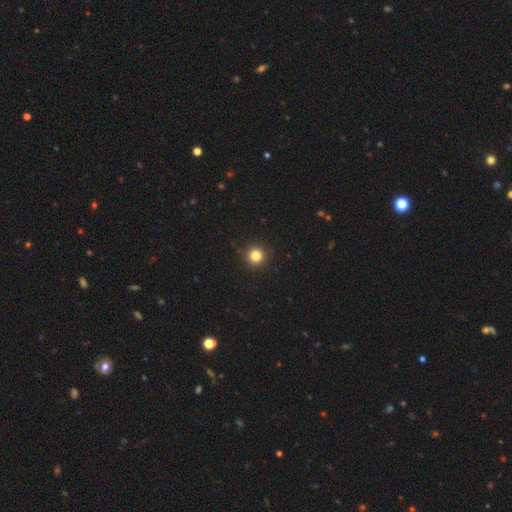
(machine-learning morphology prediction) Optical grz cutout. It shows a smooth galaxy with no disk features (83%) that is round (95%). Merging: none (92%).